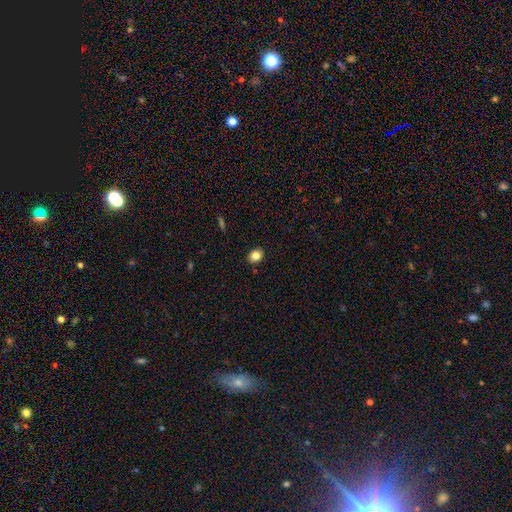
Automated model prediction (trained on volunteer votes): Overall: smooth (84%). How rounded: in between (54%; round 45%). Merging: none (88%).